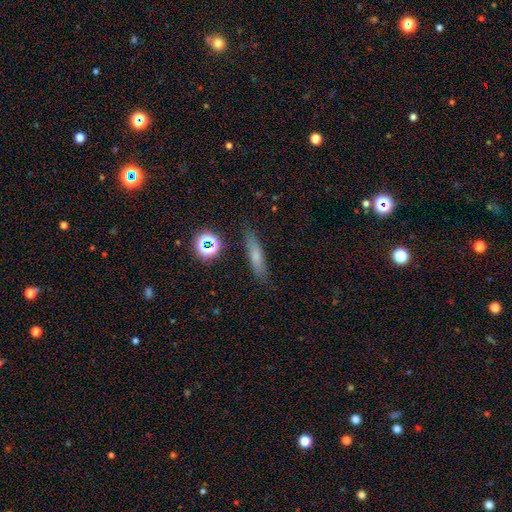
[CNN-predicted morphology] Overall: smooth (64%). How rounded: cigar-shaped (77%). Merging: none (81%).